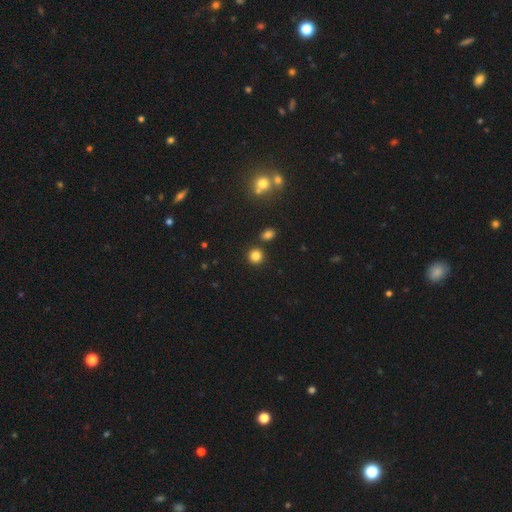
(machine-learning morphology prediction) Smooth or featured? Predicted: smooth (p=0.82). How rounded? Predicted: round (p=0.90). Merging? Predicted: none (p=0.84).